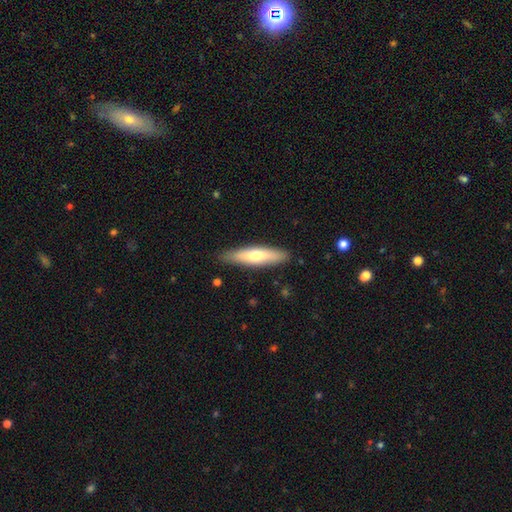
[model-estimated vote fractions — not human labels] Smooth or featured? smooth (59%)
How rounded? cigar-shaped (77%)
Merging? none (87%)